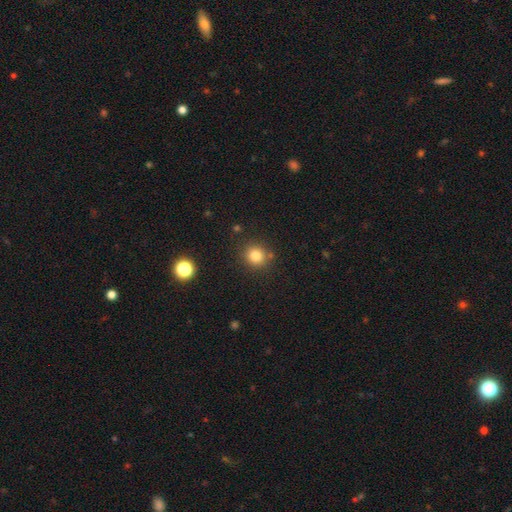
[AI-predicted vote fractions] Smooth or featured? smooth (81%)
How rounded? round (87%)
Merging? none (85%)